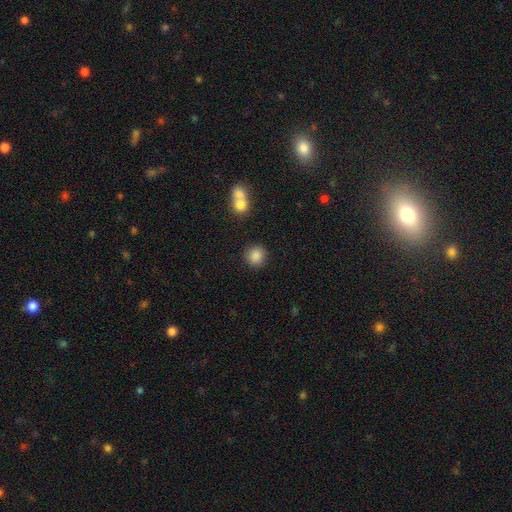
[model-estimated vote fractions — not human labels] This appears to be a smooth galaxy with no disk features (87%) that is round (90%). Merging: none (85%).